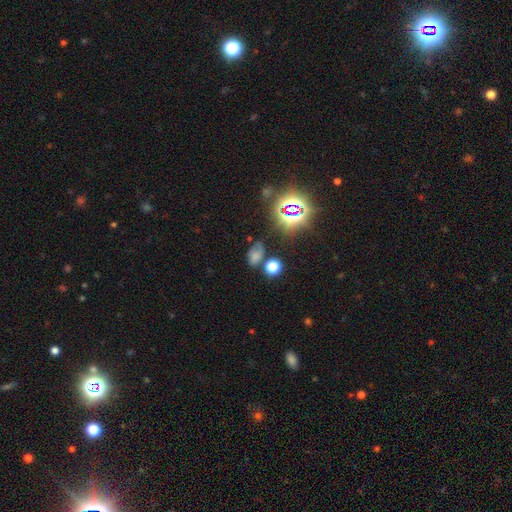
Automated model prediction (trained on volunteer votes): The model was most divided on "smooth or featured": smooth: 54%, star or artifact: 33%, featured or disk: 14%. More confident: how rounded — in between (77%); merging — none (53%).